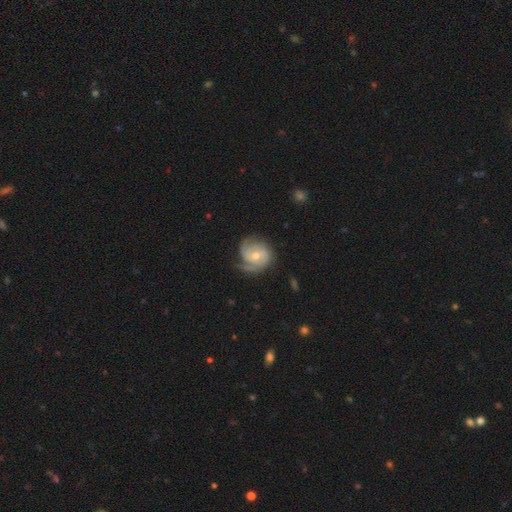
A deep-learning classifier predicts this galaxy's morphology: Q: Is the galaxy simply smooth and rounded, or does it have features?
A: featured or disk — 81%.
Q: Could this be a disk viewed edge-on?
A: no — 98%.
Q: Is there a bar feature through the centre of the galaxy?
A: no — 62%.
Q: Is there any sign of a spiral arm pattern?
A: yes — 95%.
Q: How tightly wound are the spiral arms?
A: tight — 51%.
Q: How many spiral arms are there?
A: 2 — 39%.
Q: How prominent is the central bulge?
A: moderate — 53%.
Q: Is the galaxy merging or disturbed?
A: none — 61%.